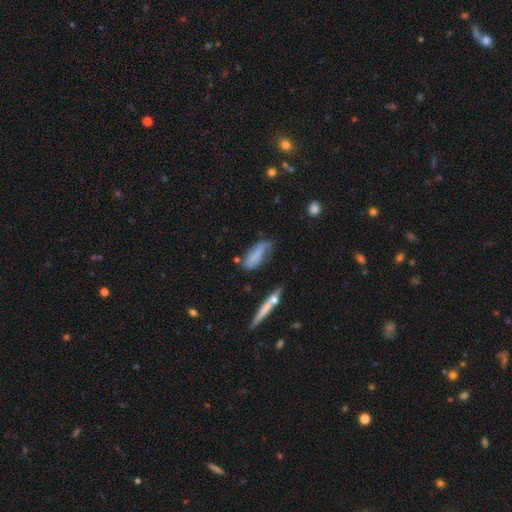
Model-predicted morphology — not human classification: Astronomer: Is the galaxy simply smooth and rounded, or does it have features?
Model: smooth — 68%.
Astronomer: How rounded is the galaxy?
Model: in between — 65%.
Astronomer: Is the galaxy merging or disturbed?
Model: none — 48% (runner-up: minor disturbance, 33%).